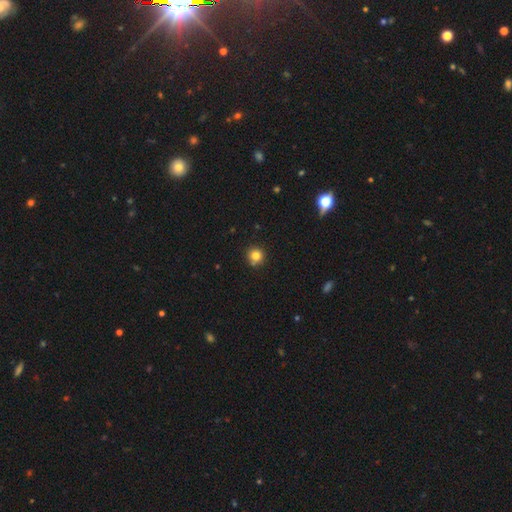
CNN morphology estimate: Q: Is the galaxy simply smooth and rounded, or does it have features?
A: smooth — 81%.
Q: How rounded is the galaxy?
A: round — 94%.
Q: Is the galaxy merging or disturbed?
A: none — 84%.